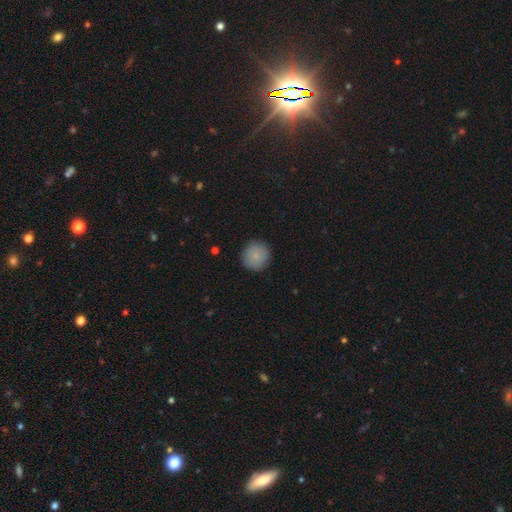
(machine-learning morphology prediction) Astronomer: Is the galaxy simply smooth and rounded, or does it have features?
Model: smooth — 86%.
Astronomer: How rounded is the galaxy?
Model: round — 93%.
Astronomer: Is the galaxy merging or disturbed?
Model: none — 90%.